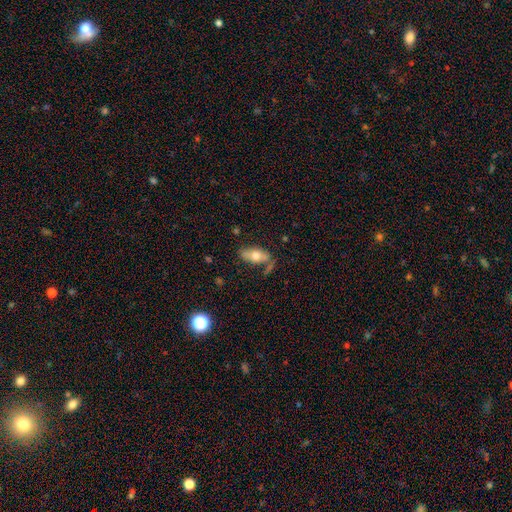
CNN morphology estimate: Q: Smooth or featured?
A: smooth (60%); runner-up: featured or disk (33%)
Q: How rounded?
A: in between (81%); runner-up: cigar-shaped (15%)
Q: Merging?
A: none (56%); runner-up: minor disturbance (22%)